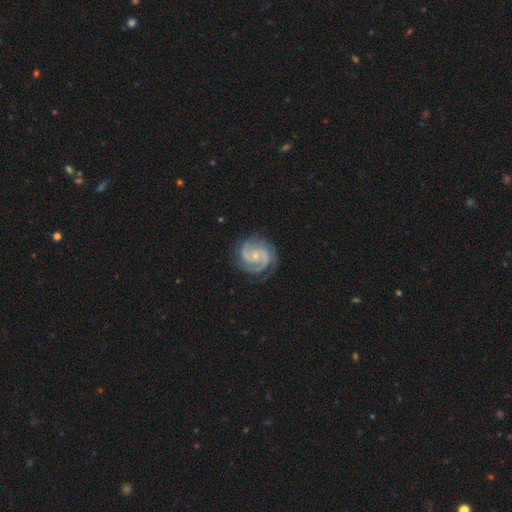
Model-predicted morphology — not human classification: This is clearly a featured or disk galaxy (93%). It is clearly not viewed edge-on (98%). Bar: possibly no (59%). Spiral arm pattern: clearly yes (99%). Spiral arm count: likely 2 (75%). Spiral winding: possibly tight (49%). Central bulge: likely small (75%). Merging: clearly none (81%).